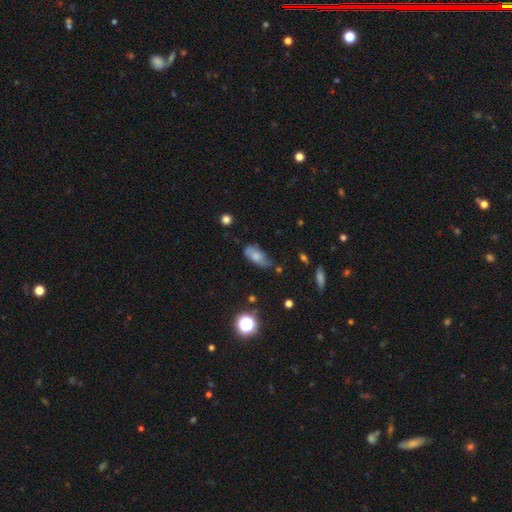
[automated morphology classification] type=smooth (63%); roundness=in between (84%); merging=none (48%).